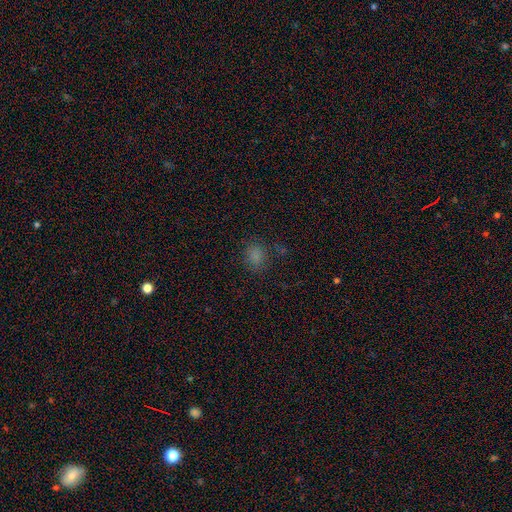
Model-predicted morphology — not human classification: smooth 78%, star or artifact 18%, featured or disk 5%. Down the decision tree: how rounded — round (53%); merging — none (76%).